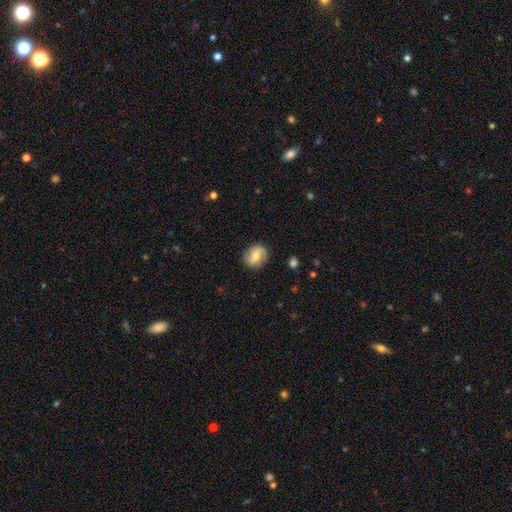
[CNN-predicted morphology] This is possibly a smooth galaxy (47%). Merging: clearly none (82%).